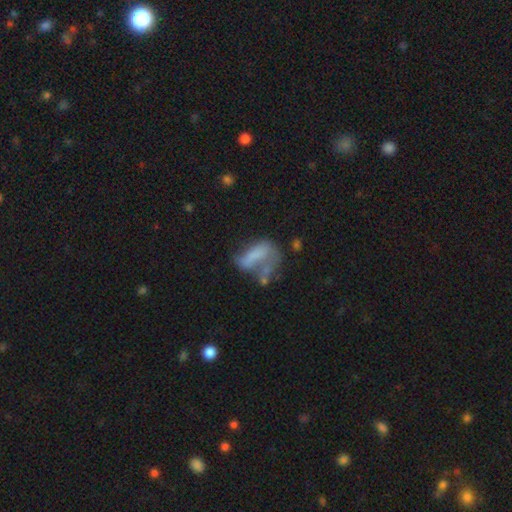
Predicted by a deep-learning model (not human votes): This appears to be a smooth galaxy with no disk features (52%) that is in between round and cigar-shaped (77%). Merging: major disturbance (39%).